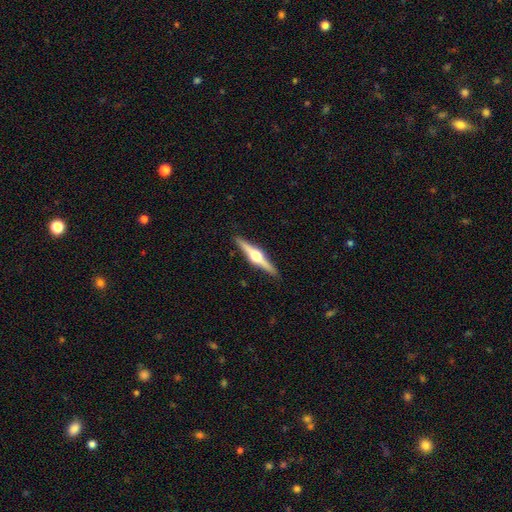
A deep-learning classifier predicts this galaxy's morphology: smooth_or_featured: featured or disk (p=0.80) [alt: smooth p=0.15]
disk_edge_on: yes (p=0.98) [alt: no p=0.02]
edge_on_bulge: rounded (p=0.95) [alt: boxy p=0.03]
merging: none (p=0.91) [alt: minor disturbance p=0.06]